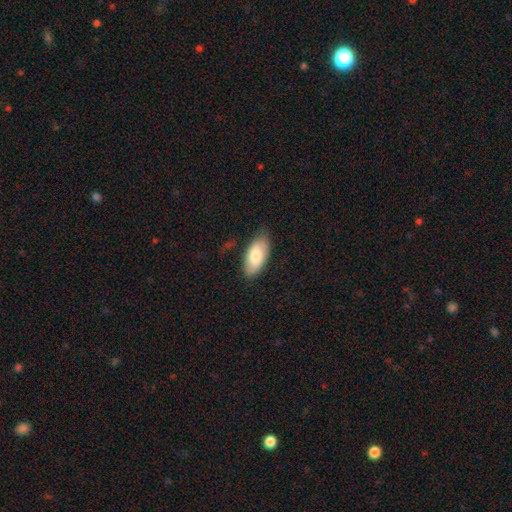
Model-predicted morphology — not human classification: type=smooth (77%); roundness=in between (92%); merging=none (76%).